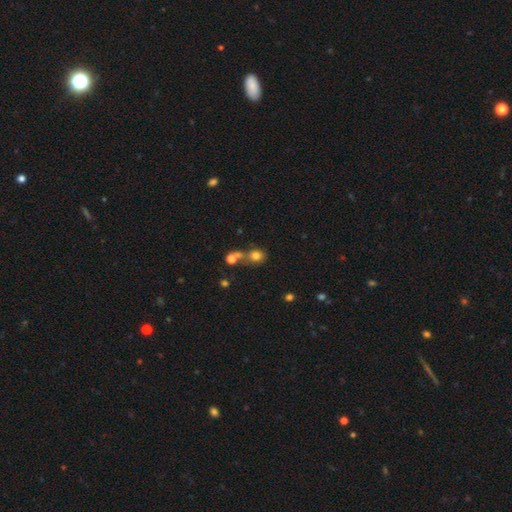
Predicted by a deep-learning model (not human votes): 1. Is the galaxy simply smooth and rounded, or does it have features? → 76% smooth, 14% star or artifact, 10% featured or disk.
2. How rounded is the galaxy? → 79% round, 20% in between, 1% cigar-shaped.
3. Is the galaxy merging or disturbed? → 46% none, 37% merger, 11% minor disturbance, 6% major disturbance.